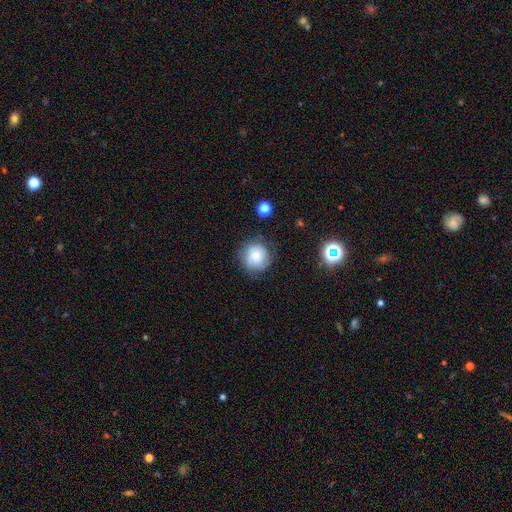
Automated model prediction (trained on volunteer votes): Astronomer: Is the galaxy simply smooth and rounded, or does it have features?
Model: smooth — 71%.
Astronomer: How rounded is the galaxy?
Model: round — 91%.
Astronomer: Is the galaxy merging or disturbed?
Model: none — 74%.